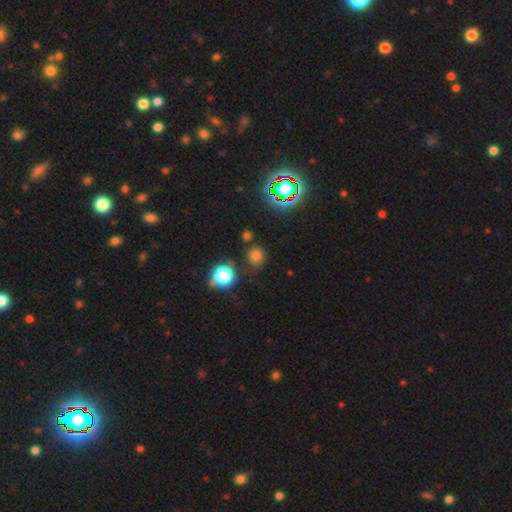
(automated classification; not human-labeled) Q: Smooth or featured?
A: smooth (64%); runner-up: star or artifact (29%)
Q: How rounded?
A: round (84%); runner-up: in between (15%)
Q: Merging?
A: none (77%); runner-up: minor disturbance (12%)